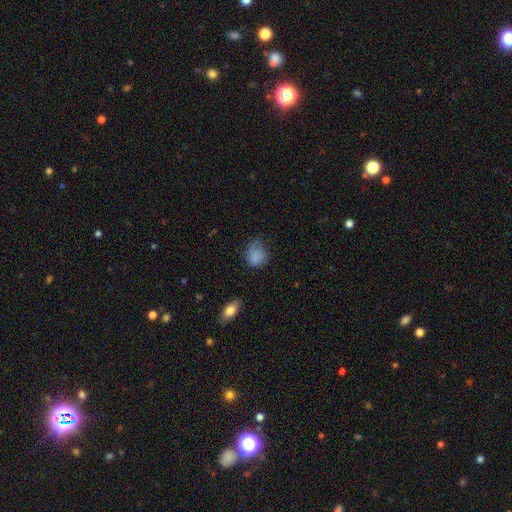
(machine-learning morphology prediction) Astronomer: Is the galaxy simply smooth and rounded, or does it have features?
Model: smooth — 78%.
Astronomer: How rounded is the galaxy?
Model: round — 60% (runner-up: in between, 39%).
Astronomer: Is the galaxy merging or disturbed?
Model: none — 45% (runner-up: minor disturbance, 34%).